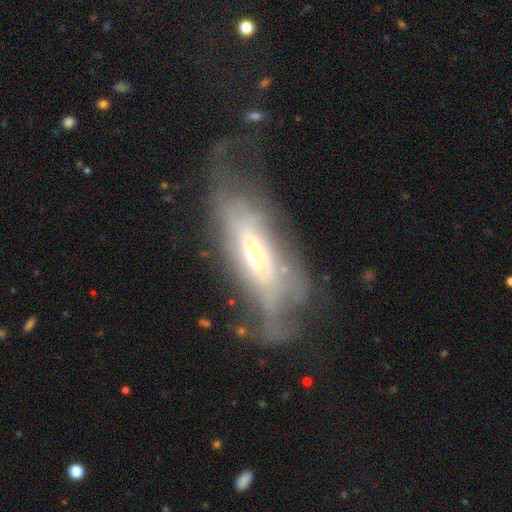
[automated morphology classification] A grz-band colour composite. It shows a featured or disk galaxy (65%) with no bar (73%), no spiral arms (54%) and a moderate central bulge (53%). Merging: major disturbance (37%).